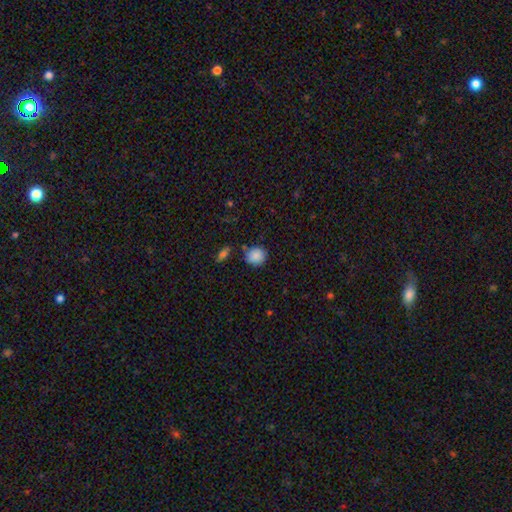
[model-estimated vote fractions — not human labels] A smooth galaxy with no disk features (87%) that is round (87%).

Vote fractions:
- Smooth or featured? smooth: 87% / star or artifact: 8% / featured or disk: 5%
- How rounded? round: 87% / in between: 12% / cigar-shaped: 1%
- Merging? none: 77% / minor disturbance: 14% / merger: 6% / major disturbance: 3%